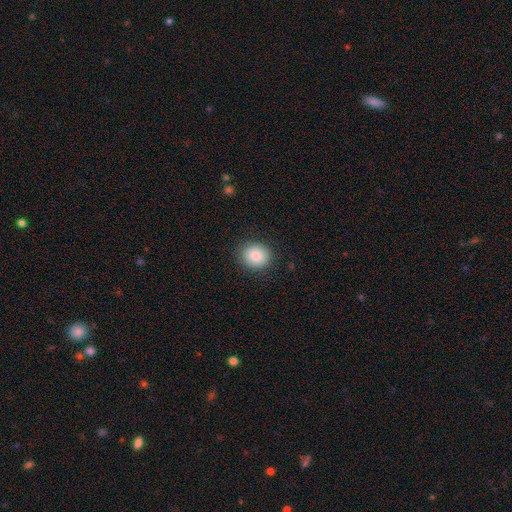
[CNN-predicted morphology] Smooth or featured: smooth — 86% (star or artifact — 8%)
How rounded: round — 70% (in between — 29%)
Merging: none — 87% (minor disturbance — 9%)